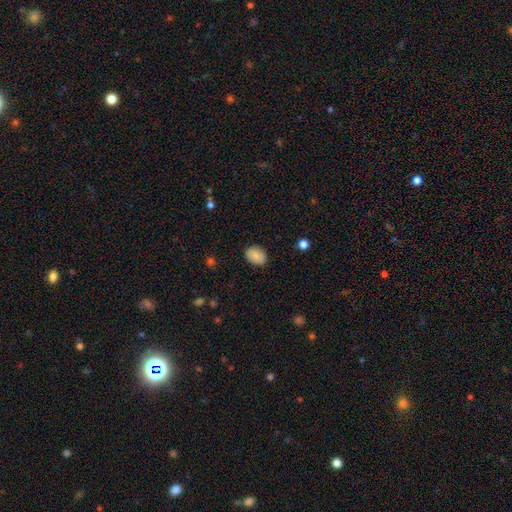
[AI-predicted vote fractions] Smooth or featured? Predicted: smooth (p=0.84). How rounded? Predicted: in between (p=0.69). Merging? Predicted: none (p=0.85).